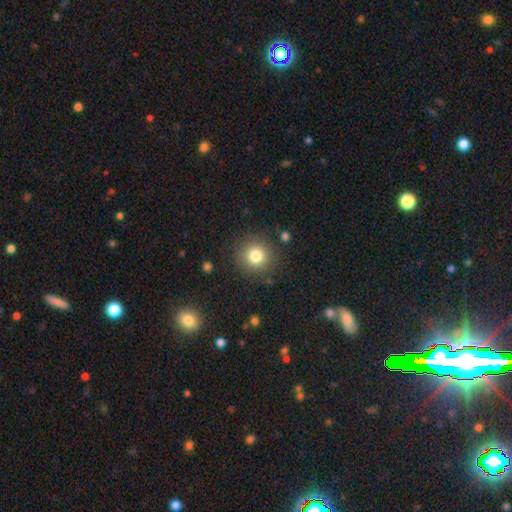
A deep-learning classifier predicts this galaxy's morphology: A smooth galaxy with no disk features (80%) that is round (93%).

Vote fractions:
- Smooth or featured? smooth: 80% / star or artifact: 12% / featured or disk: 8%
- How rounded? round: 93% / in between: 6% / cigar-shaped: 1%
- Merging? none: 87% / minor disturbance: 8% / major disturbance: 3% / merger: 2%